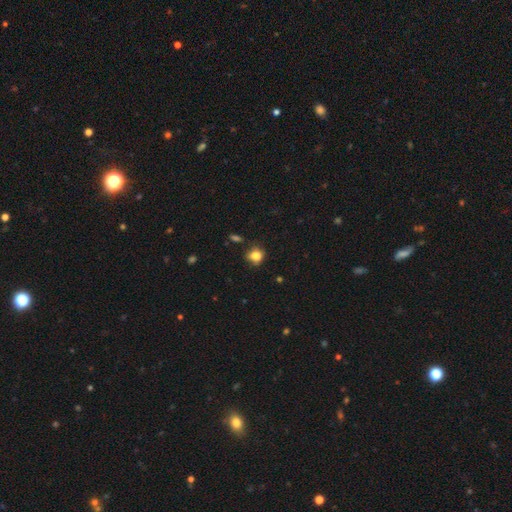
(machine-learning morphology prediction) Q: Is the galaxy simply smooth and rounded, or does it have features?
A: smooth — 80%.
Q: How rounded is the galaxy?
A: round — 64%.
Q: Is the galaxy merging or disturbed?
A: none — 62%.